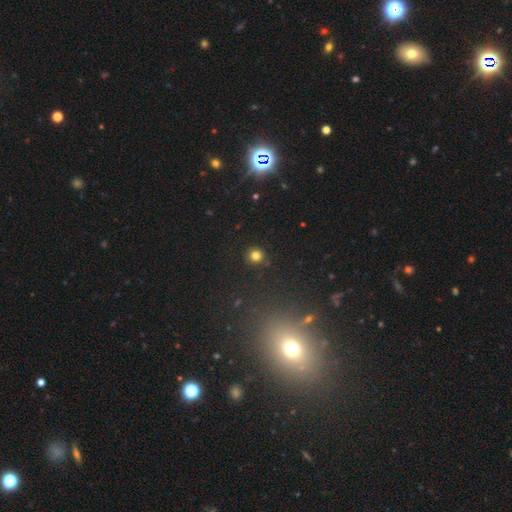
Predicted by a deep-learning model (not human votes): smooth 80%, star or artifact 15%, featured or disk 5%. Down the decision tree: how rounded — round (93%); merging — none (90%).